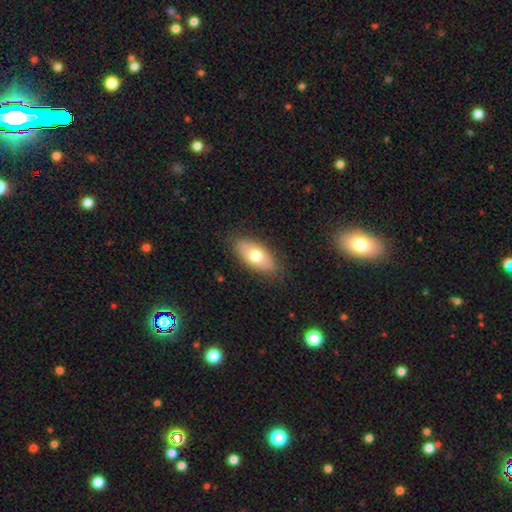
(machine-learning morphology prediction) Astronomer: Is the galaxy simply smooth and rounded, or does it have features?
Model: smooth — 70%.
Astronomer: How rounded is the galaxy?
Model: in between — 89%.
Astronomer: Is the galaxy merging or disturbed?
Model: none — 84%.